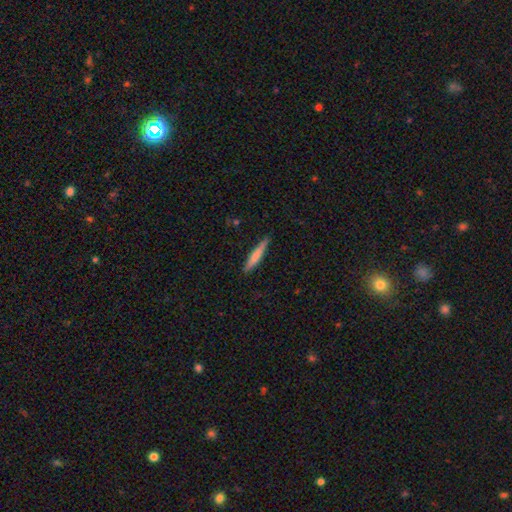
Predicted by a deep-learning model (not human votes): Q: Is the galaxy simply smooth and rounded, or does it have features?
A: smooth — 64%.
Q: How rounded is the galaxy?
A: cigar-shaped — 92%.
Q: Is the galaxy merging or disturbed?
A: none — 86%.